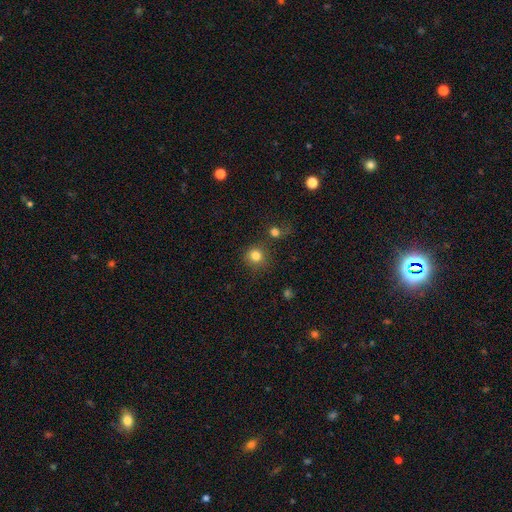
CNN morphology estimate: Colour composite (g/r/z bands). It shows a smooth galaxy with no disk features (83%) that is round (92%). Merging: none (76%).